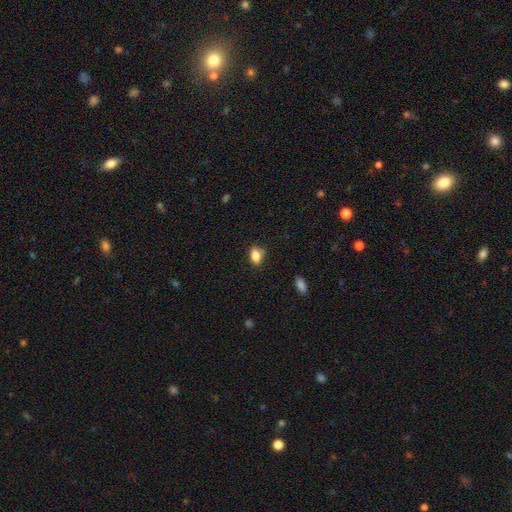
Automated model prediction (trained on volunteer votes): smooth_or_featured: smooth (p=0.83) [alt: star or artifact p=0.09]
how_rounded: in between (p=0.84) [alt: round p=0.12]
merging: none (p=0.77) [alt: minor disturbance p=0.16]